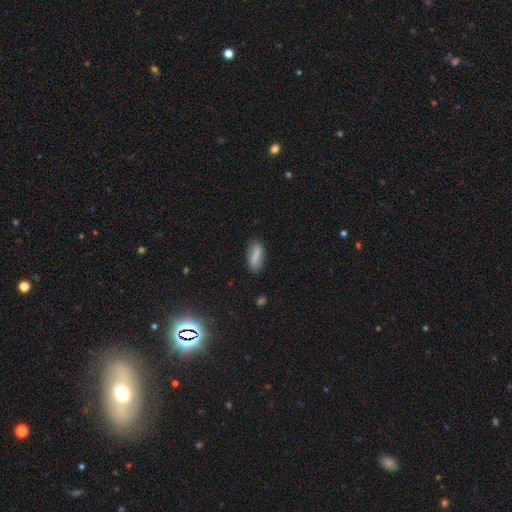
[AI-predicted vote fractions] Morphology: type=smooth (78%); roundness=in between (75%); merging=none (81%).